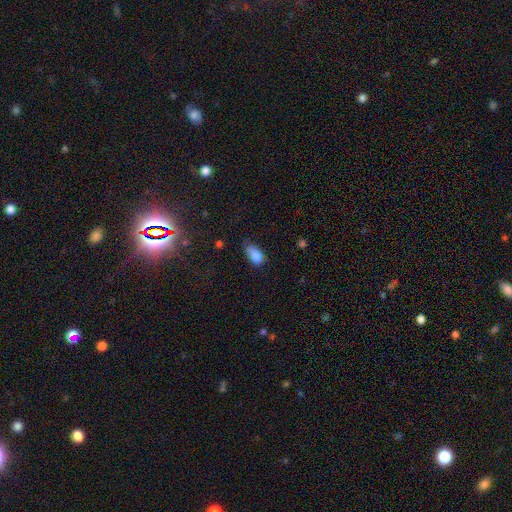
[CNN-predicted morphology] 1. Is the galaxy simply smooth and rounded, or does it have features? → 85% smooth, 9% star or artifact, 7% featured or disk.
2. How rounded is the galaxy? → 91% in between, 6% round, 3% cigar-shaped.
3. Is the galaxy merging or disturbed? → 46% none, 40% minor disturbance, 12% major disturbance, 2% merger.